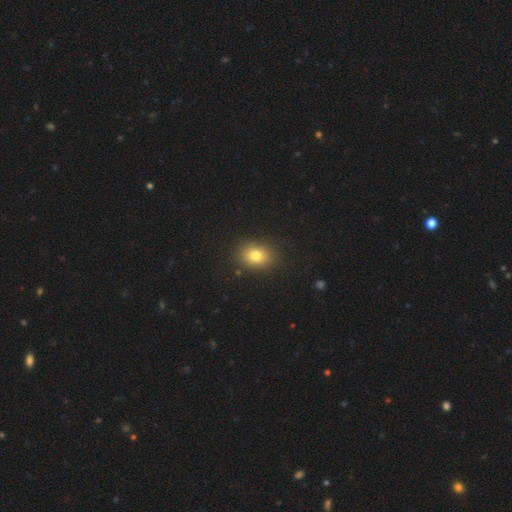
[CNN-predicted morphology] Overall: smooth (79%). How rounded: in between (52%; round 47%). Merging: none (87%).